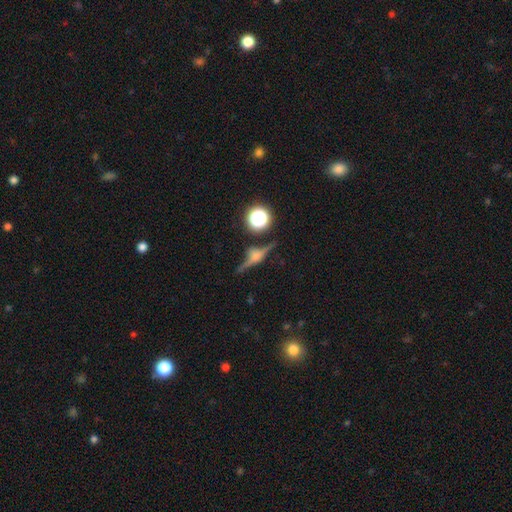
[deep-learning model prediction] A featured or disk galaxy (77%) viewed edge-on (96%) with a rounded central bulge (87%). Merging: none (80%).